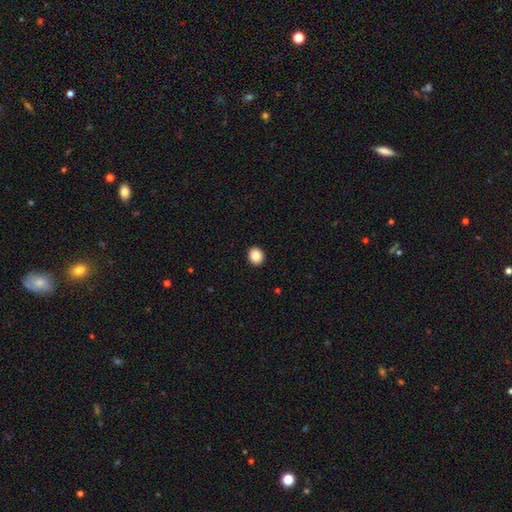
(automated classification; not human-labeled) This appears to be a smooth galaxy with no disk features (86%) that is round (78%). Merging: none (93%).